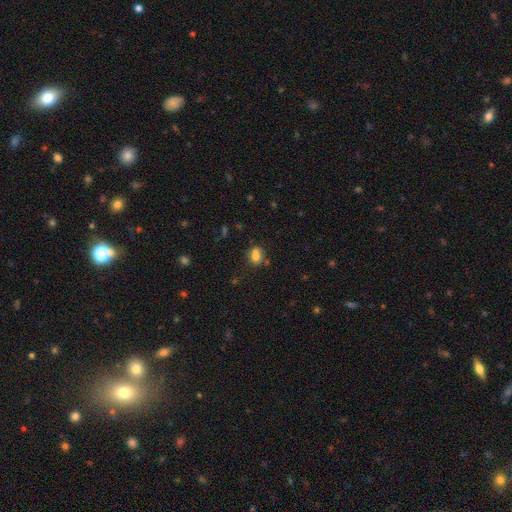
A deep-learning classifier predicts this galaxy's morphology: smooth-or-featured: smooth: 72% | star or artifact: 14% | featured or disk: 14%
  how-rounded: round: 64% | in between: 35% | cigar-shaped: 1%
  merging: none: 44% | merger: 35% | minor disturbance: 15% | major disturbance: 6%